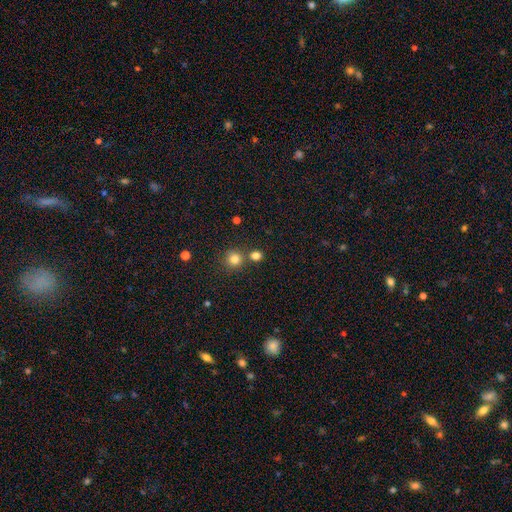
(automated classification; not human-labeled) Q: Smooth or featured?
A: smooth (80%); runner-up: star or artifact (15%)
Q: How rounded?
A: round (87%); runner-up: in between (12%)
Q: Merging?
A: none (71%); runner-up: merger (19%)